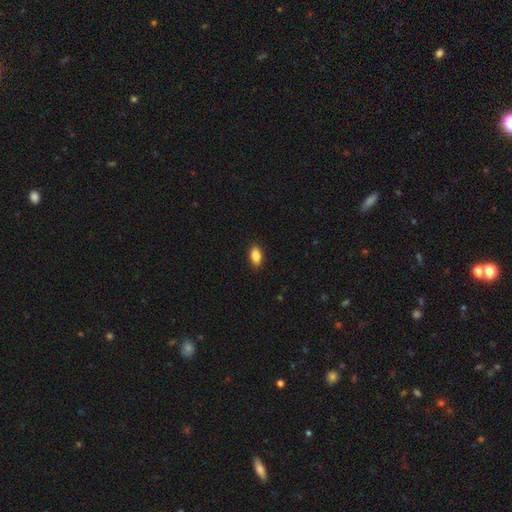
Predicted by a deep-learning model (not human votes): Smooth or featured? Predicted: smooth (p=0.85). How rounded? Predicted: in between (p=0.89). Merging? Predicted: none (p=0.89).